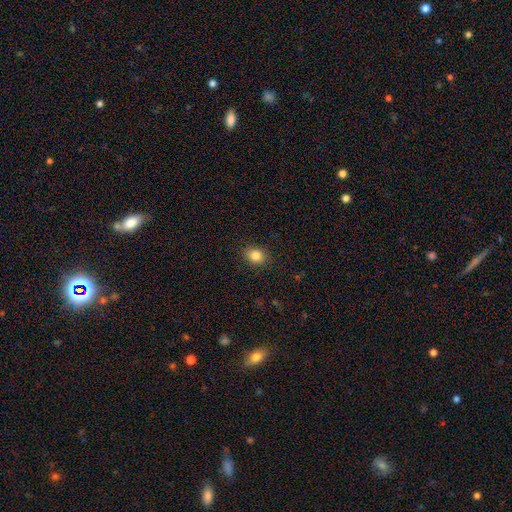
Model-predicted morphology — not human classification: This appears to be a smooth galaxy with no disk features (84%) that is round (50%). Merging: none (88%).